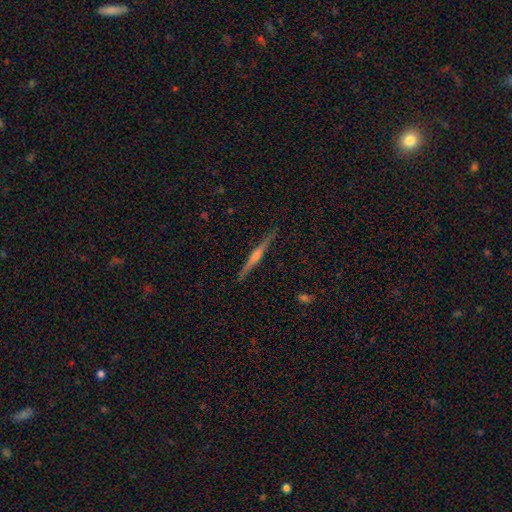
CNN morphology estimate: Q: Smooth or featured?
A: featured or disk (76%); runner-up: smooth (18%)
Q: Edge-on disk?
A: yes (98%); runner-up: no (2%)
Q: Edge-on bulge?
A: rounded (75%); runner-up: boxy (13%)
Q: Merging?
A: none (91%); runner-up: minor disturbance (6%)